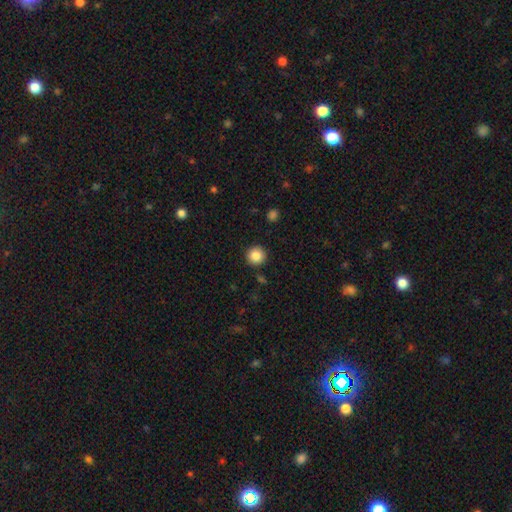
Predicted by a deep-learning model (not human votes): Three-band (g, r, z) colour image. It shows a smooth galaxy with no disk features (86%) that is round (95%). Merging: none (91%).